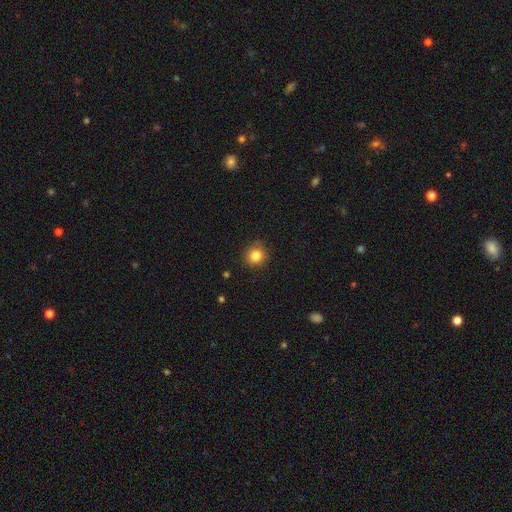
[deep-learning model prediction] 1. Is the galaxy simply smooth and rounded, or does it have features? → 83% smooth, 11% star or artifact, 6% featured or disk.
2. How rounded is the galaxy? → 91% round, 8% in between, 1% cigar-shaped.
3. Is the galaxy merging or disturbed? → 86% none, 10% minor disturbance, 2% major disturbance, 1% merger.